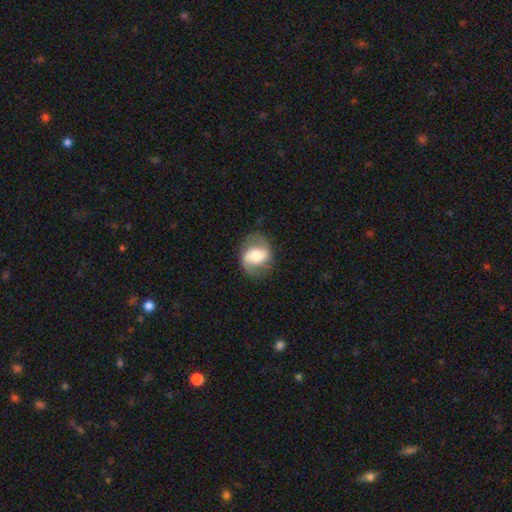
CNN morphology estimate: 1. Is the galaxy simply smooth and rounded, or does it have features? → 62% featured or disk, 31% smooth, 7% star or artifact.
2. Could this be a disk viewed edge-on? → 96% no, 4% yes.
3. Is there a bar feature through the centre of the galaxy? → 38% weak, 33% no, 28% strong.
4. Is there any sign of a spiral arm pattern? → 82% yes, 18% no.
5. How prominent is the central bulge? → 40% moderate, 35% large, 14% small, 7% dominant, 4% none.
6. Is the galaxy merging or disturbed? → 75% none, 16% minor disturbance, 8% major disturbance, 1% merger.